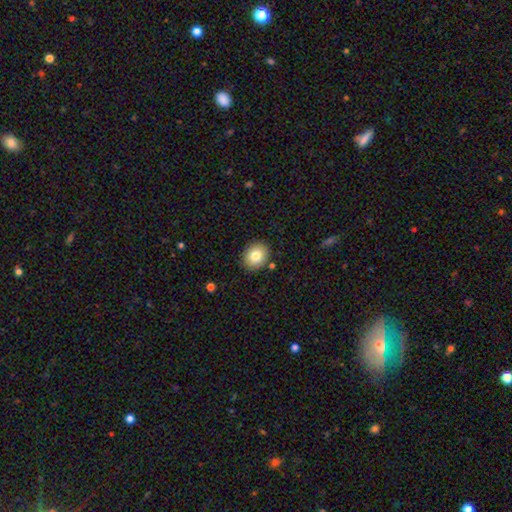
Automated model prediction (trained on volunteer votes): smooth 82%, featured or disk 9%, star or artifact 9%. Down the decision tree: how rounded — round (57%); merging — none (88%).